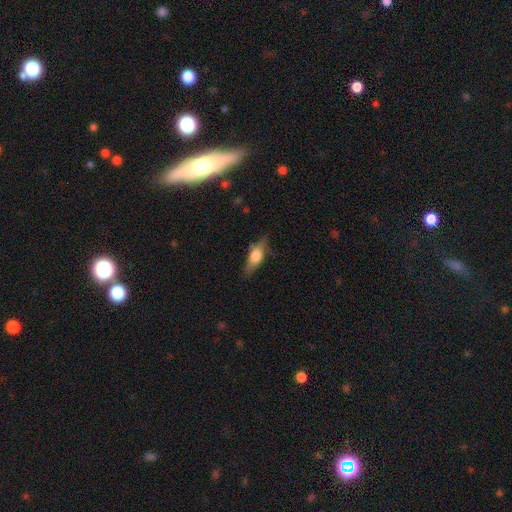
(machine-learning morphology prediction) This is possibly a smooth galaxy (54%). How rounded: likely in between (63%). Merging: likely none (70%).